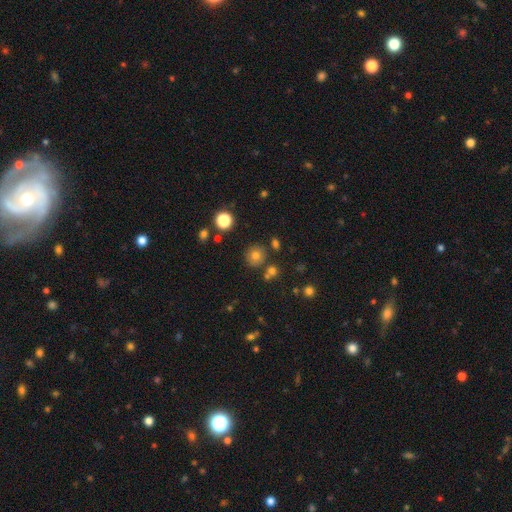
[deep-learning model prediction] smooth-or-featured: smooth: 75% | star or artifact: 16% | featured or disk: 9%
  how-rounded: round: 90% | in between: 9% | cigar-shaped: 1%
  merging: none: 81% | minor disturbance: 9% | merger: 7% | major disturbance: 3%